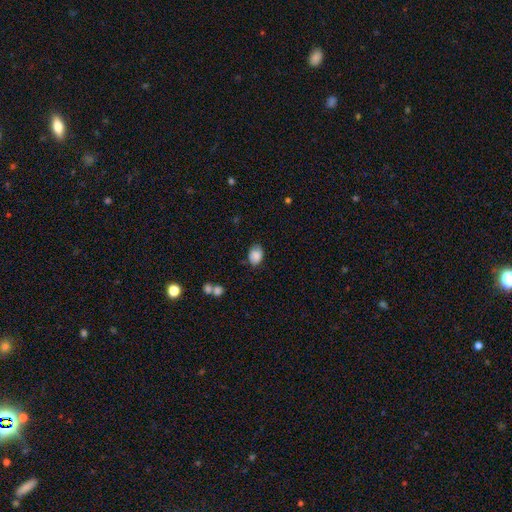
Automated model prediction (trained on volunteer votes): Smooth or featured? Predicted: smooth (p=0.86). How rounded? Predicted: in between (p=0.77). Merging? Predicted: none (p=0.73).